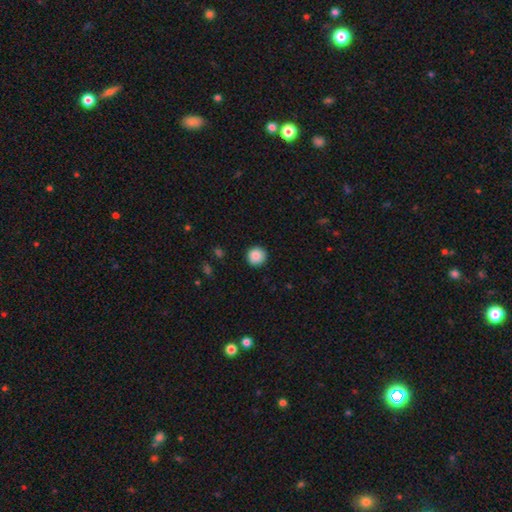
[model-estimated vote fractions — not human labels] Smooth or featured? Predicted: smooth (p=0.88). How rounded? Predicted: round (p=0.95). Merging? Predicted: none (p=0.91).